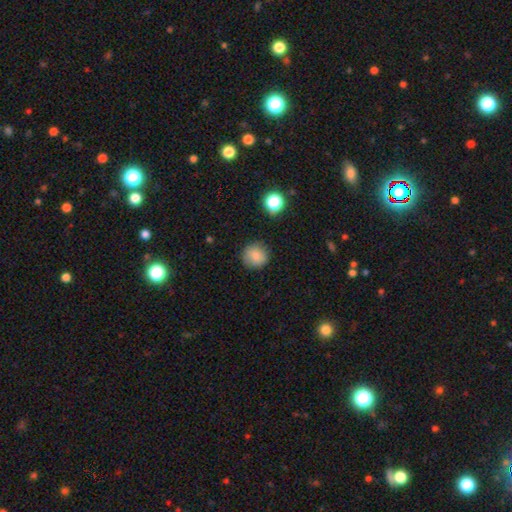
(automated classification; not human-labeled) A smooth galaxy with no disk features (83%) that is round (93%).

Vote fractions:
- Smooth or featured? smooth: 83% / star or artifact: 10% / featured or disk: 7%
- How rounded? round: 93% / in between: 6% / cigar-shaped: 1%
- Merging? none: 87% / minor disturbance: 9% / major disturbance: 3% / merger: 2%